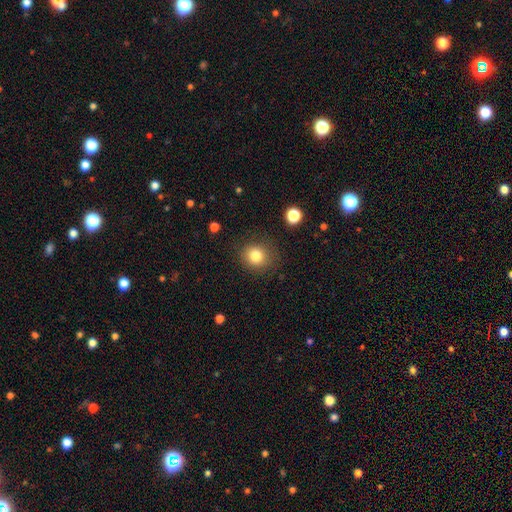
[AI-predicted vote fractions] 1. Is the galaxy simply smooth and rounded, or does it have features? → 81% smooth, 12% star or artifact, 7% featured or disk.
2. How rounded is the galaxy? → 84% round, 16% in between, 1% cigar-shaped.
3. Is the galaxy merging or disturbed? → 84% none, 11% minor disturbance, 4% major disturbance, 2% merger.